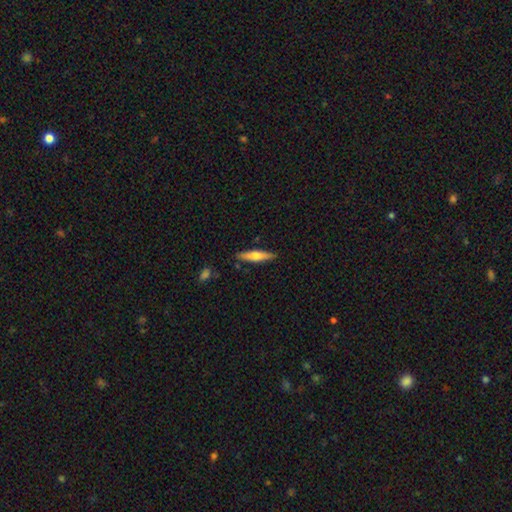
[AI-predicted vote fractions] smooth_or_featured: smooth (p=0.53) [alt: featured or disk p=0.41]
how_rounded: cigar-shaped (p=0.83) [alt: in between p=0.16]
merging: none (p=0.87) [alt: minor disturbance p=0.09]